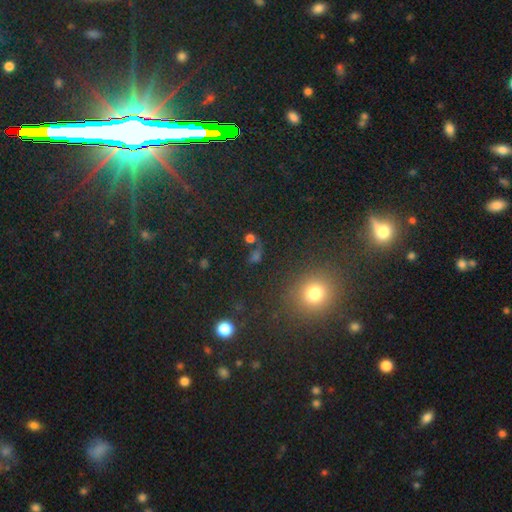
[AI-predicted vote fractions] Smooth or featured? smooth (46%)
Merging? none (73%)